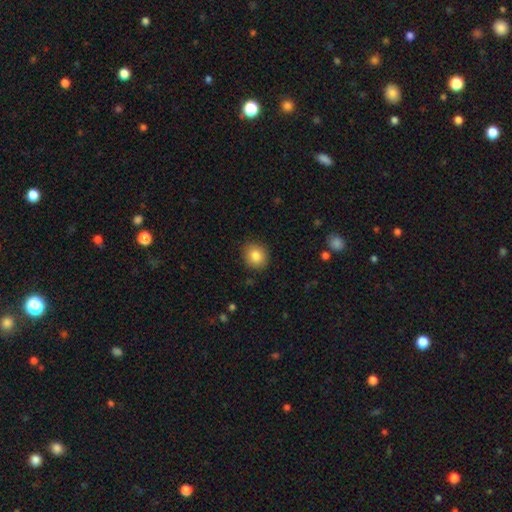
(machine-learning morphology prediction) This appears to be a smooth galaxy with no disk features (85%) that is round (79%). Merging: none (89%).